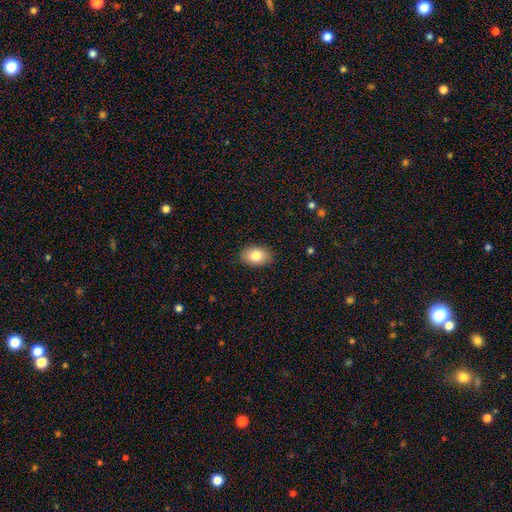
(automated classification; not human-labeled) Smooth or featured? Predicted: smooth (p=0.81). How rounded? Predicted: in between (p=0.85). Merging? Predicted: none (p=0.88).